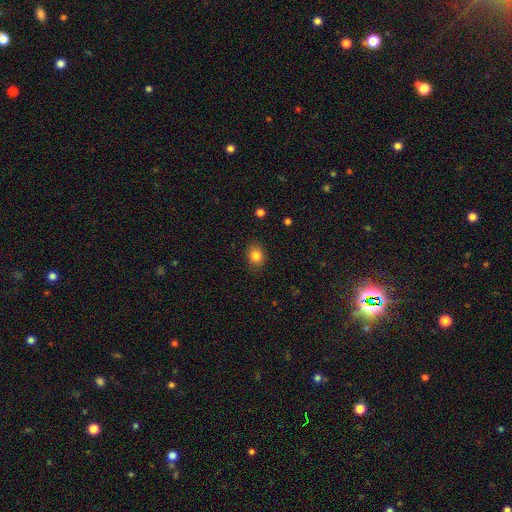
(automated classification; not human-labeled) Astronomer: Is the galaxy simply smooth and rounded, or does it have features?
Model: smooth — 84%.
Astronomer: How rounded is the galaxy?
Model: round — 59% (runner-up: in between, 40%).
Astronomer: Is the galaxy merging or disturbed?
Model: none — 86%.